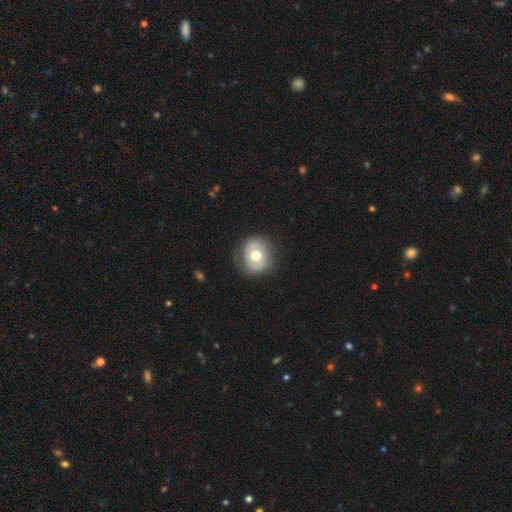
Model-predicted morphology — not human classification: Q: Smooth or featured?
A: smooth (50%); runner-up: featured or disk (44%)
Q: Merging?
A: none (77%); runner-up: minor disturbance (16%)